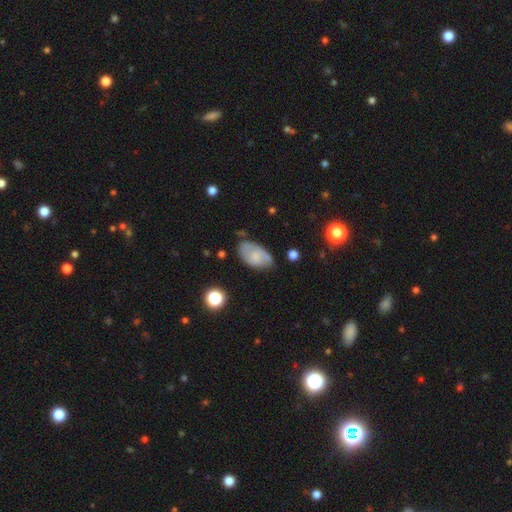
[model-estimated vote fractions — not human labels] Morphology: type=smooth (56%); roundness=in between (92%); merging=none (62%).